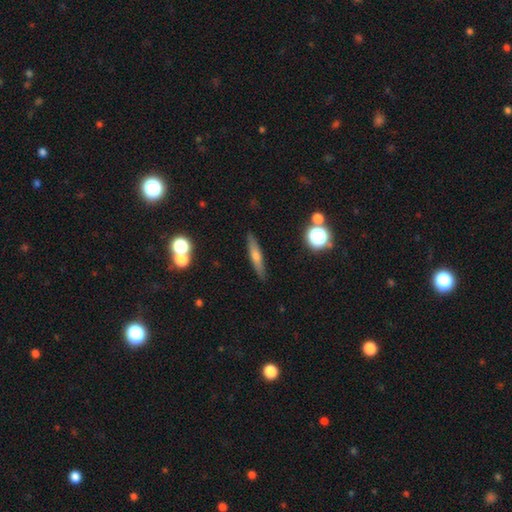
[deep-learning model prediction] A smooth galaxy with no disk features (45%). Merging: none (89%).